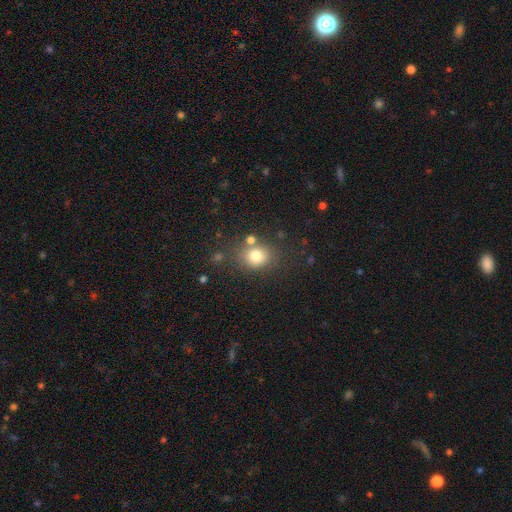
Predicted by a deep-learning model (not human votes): This is likely a smooth galaxy (78%). How rounded: likely round (63%). Merging: likely none (70%).